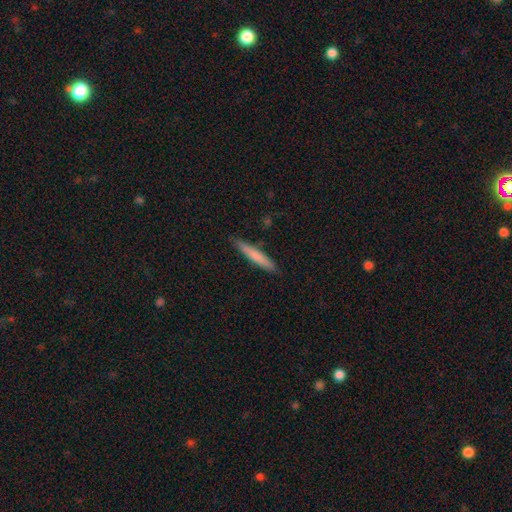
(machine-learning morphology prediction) type=smooth (73%); roundness=cigar-shaped (95%); merging=none (89%).